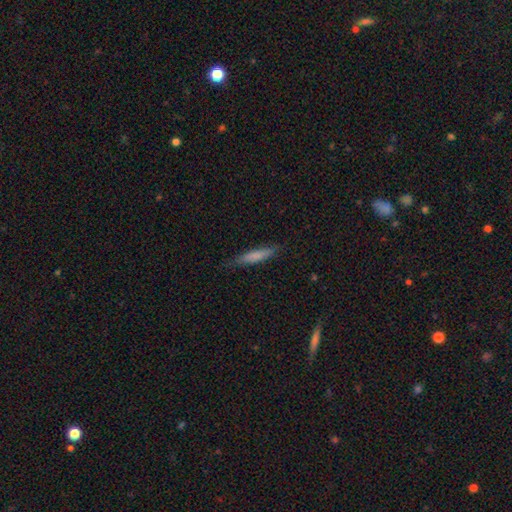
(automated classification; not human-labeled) Overall: smooth (73%). How rounded: cigar-shaped (87%). Merging: none (80%).